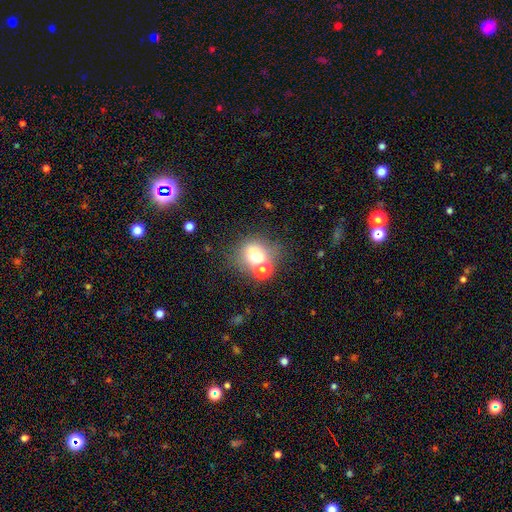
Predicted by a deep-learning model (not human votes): smooth-or-featured: smooth: 65% | featured or disk: 20% | star or artifact: 15%
  how-rounded: round: 76% | in between: 23% | cigar-shaped: 1%
  merging: none: 47% | merger: 36% | minor disturbance: 11% | major disturbance: 6%